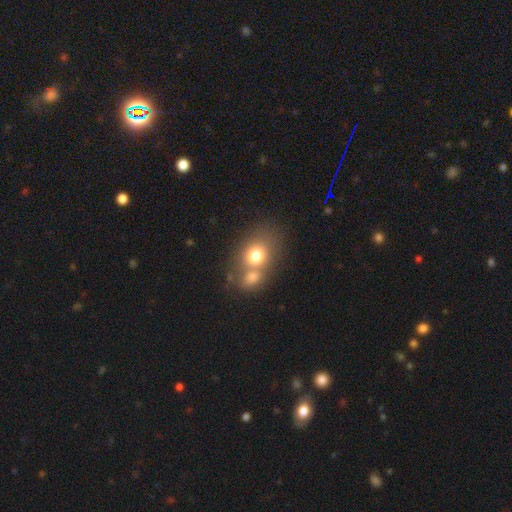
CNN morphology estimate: This appears to be a smooth galaxy with no disk features (72%) that is in between round and cigar-shaped (51%). Merging: merger (51%).